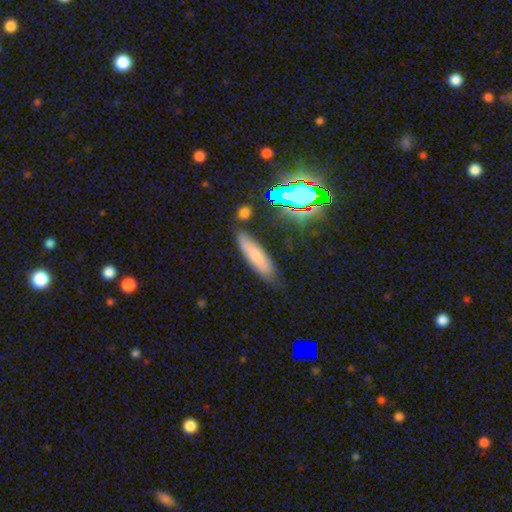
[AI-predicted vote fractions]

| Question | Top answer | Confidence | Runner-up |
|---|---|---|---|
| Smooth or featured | smooth | 69% | featured or disk (20%) |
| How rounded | cigar-shaped | 69% | in between (29%) |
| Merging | none | 75% | minor disturbance (17%) |